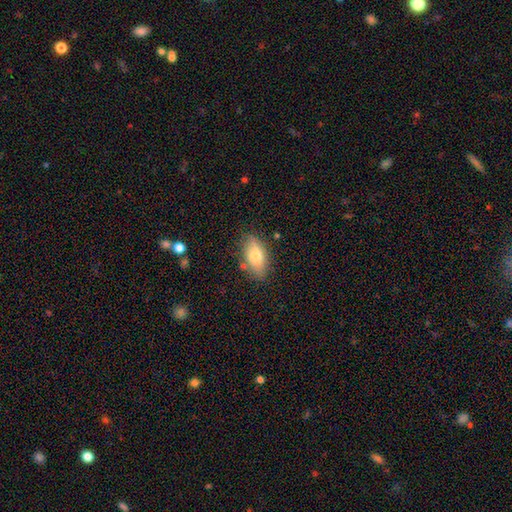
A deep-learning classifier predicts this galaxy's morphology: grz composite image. It shows a smooth galaxy with no disk features (69%) that is in between round and cigar-shaped (85%). Merging: none (79%).